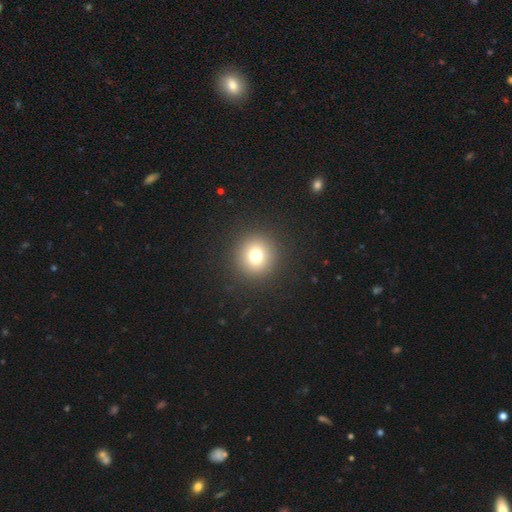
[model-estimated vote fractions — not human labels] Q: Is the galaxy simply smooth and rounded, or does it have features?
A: smooth — 76%.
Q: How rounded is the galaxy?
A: round — 94%.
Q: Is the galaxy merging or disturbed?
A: none — 92%.